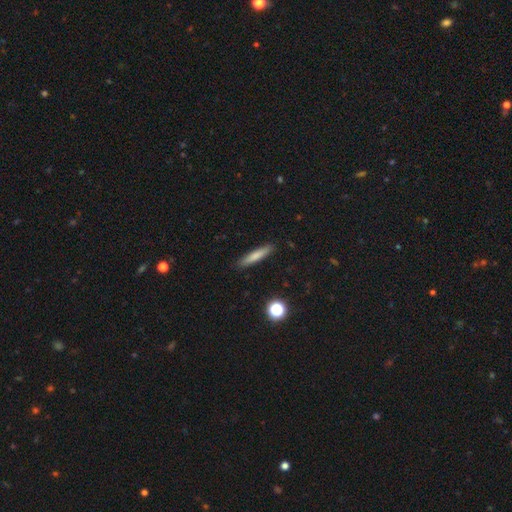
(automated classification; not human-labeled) Morphology: type=smooth (75%); roundness=cigar-shaped (90%); merging=none (90%).